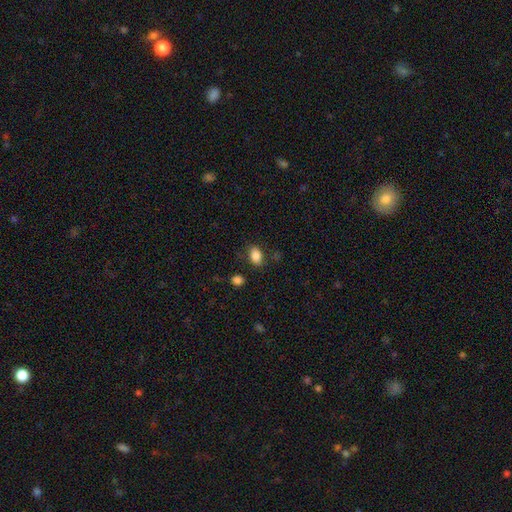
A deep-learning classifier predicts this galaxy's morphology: Smooth or featured? Predicted: smooth (p=0.85). How rounded? Predicted: in between (p=0.82). Merging? Predicted: none (p=0.78).